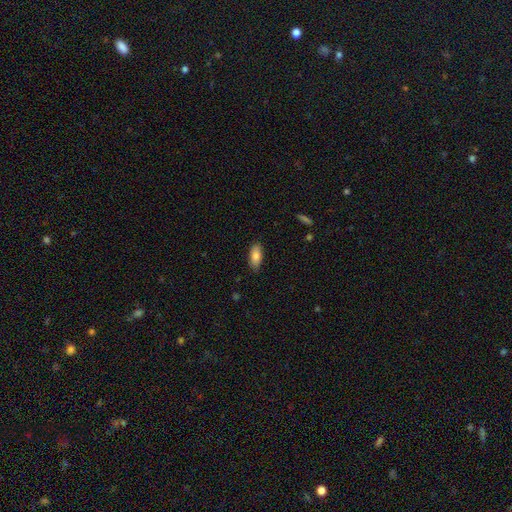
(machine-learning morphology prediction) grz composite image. It shows a smooth galaxy with no disk features (82%) that is in between round and cigar-shaped (86%). Merging: none (85%).